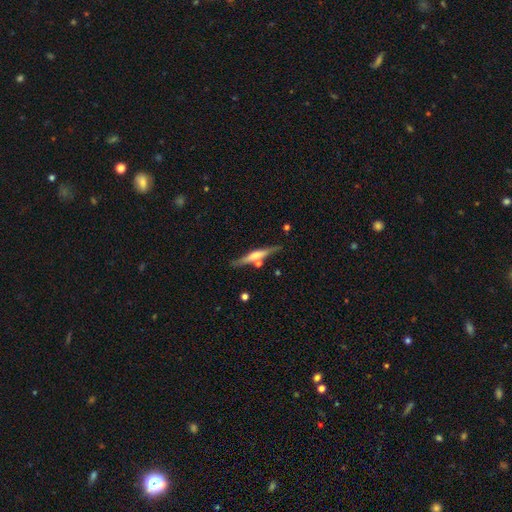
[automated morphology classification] smooth-or-featured: featured or disk: 57% | smooth: 37% | star or artifact: 6%
  disk-edge-on: yes: 96% | no: 4%
    edge-on-bulge: rounded: 60% | none: 23% | boxy: 18%
  merging: none: 77% | minor disturbance: 12% | merger: 8% | major disturbance: 3%